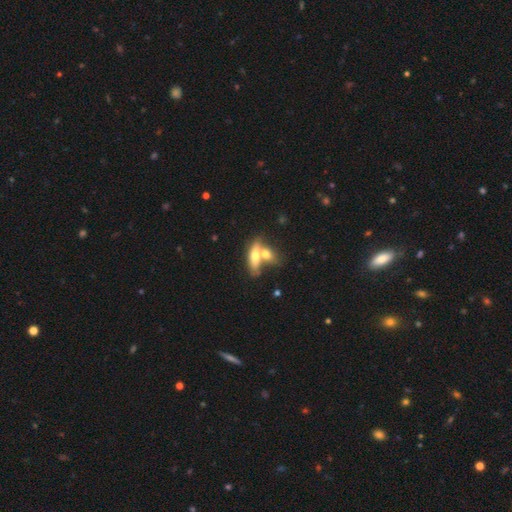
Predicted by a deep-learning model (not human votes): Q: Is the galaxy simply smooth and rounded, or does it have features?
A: smooth — 63%.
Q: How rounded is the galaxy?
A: in between — 63%.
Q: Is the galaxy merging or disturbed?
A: merger — 57%.